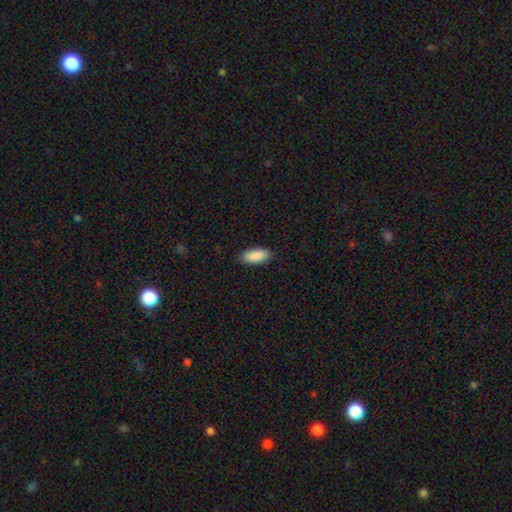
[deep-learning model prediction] Smooth or featured: smooth — 91% (star or artifact — 6%)
How rounded: in between — 87% (cigar-shaped — 11%)
Merging: none — 88% (minor disturbance — 9%)